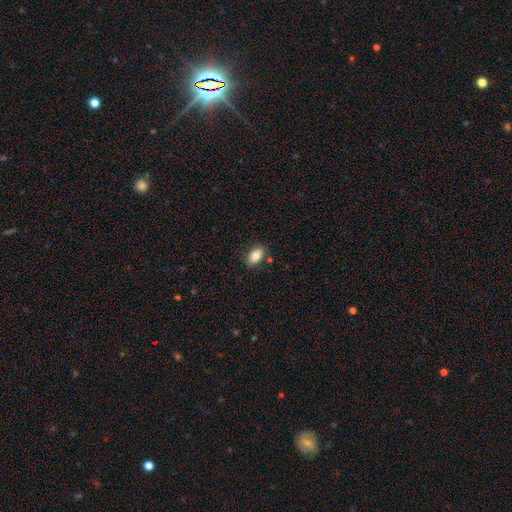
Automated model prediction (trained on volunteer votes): Smooth or featured: smooth — 82% (featured or disk — 11%)
How rounded: in between — 90% (round — 8%)
Merging: none — 83% (minor disturbance — 11%)